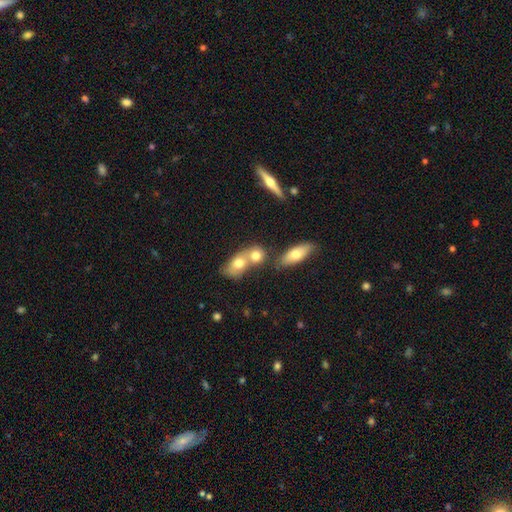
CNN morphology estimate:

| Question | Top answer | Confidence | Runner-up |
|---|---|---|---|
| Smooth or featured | smooth | 73% | featured or disk (18%) |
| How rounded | in between | 56% | round (40%) |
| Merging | merger | 63% | none (27%) |